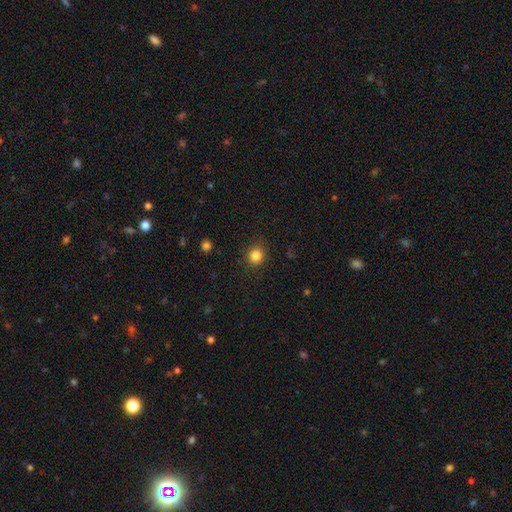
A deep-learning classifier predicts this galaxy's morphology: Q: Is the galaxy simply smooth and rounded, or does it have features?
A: smooth — 84%.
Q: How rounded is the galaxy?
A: round — 84%.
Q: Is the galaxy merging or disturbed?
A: none — 88%.